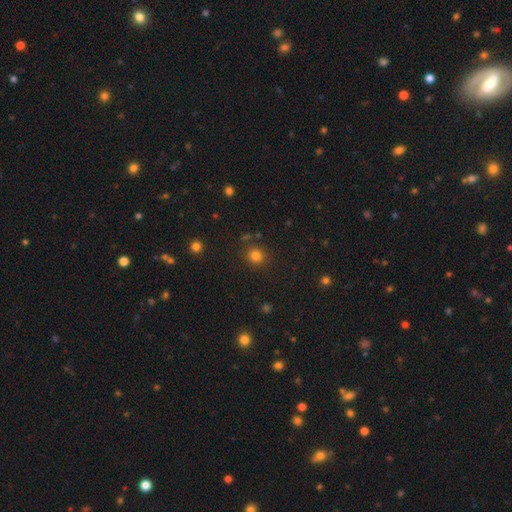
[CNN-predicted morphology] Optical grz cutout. It shows a smooth galaxy with no disk features (80%) that is round (88%). Merging: none (84%).